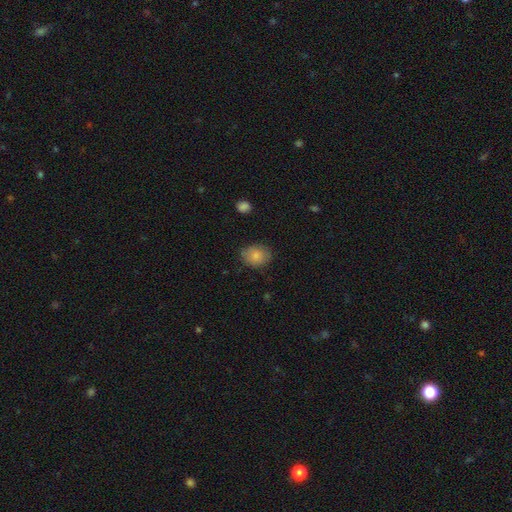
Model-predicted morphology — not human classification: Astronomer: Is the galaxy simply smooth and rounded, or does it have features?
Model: smooth — 85%.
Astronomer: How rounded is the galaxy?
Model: in between — 53% (runner-up: round, 46%).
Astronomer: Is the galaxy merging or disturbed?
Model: none — 80%.